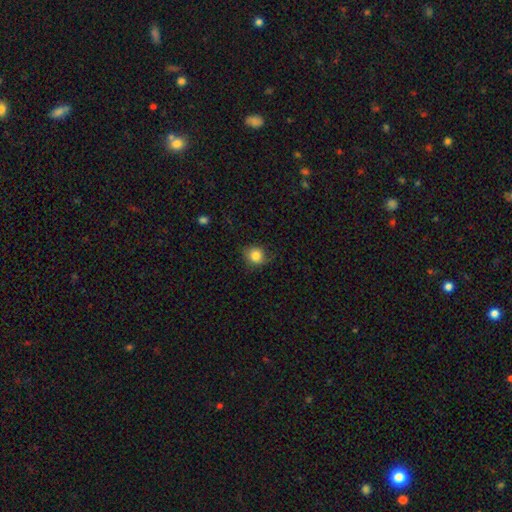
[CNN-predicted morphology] A smooth galaxy with no disk features (83%) that is round (79%).

Vote fractions:
- Smooth or featured? smooth: 83% / star or artifact: 10% / featured or disk: 7%
- How rounded? round: 79% / in between: 20% / cigar-shaped: 1%
- Merging? none: 75% / minor disturbance: 20% / major disturbance: 5% / merger: 1%